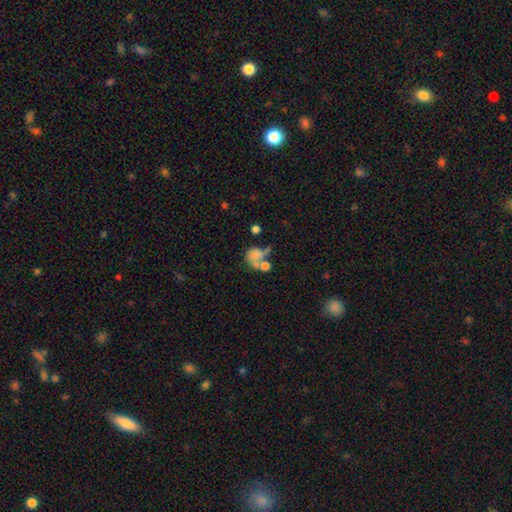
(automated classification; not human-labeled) smooth-or-featured: smooth: 58% | featured or disk: 30% | star or artifact: 12%
  how-rounded: in between: 56% | round: 43% | cigar-shaped: 2%
  merging: merger: 45% | major disturbance: 26% | none: 18% | minor disturbance: 12%